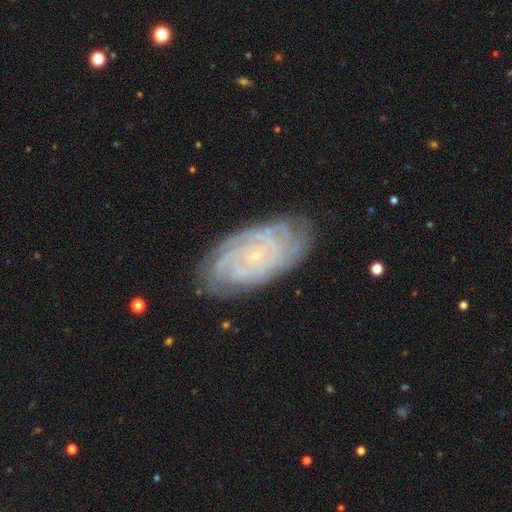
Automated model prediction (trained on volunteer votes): This is clearly a featured or disk galaxy (84%). It is clearly not viewed edge-on (95%). Bar: likely no (78%). Spiral arm pattern: clearly yes (97%). Spiral arm count: marginally can't tell (31%). Spiral winding: clearly tight (81%). Central bulge: clearly small (89%). Merging: likely none (80%).